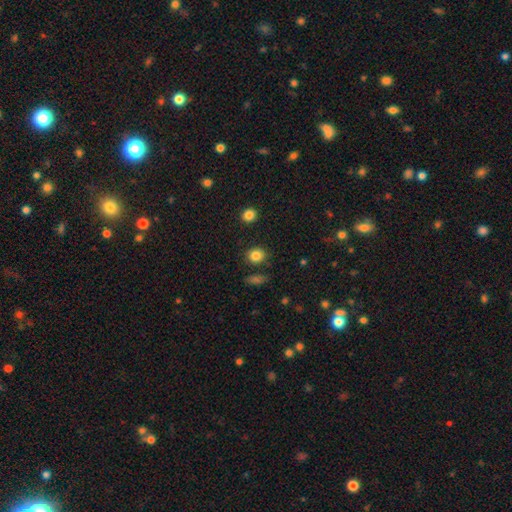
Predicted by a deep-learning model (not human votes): Smooth or featured?
  - smooth: 84% *
  - star or artifact: 10%
  - featured or disk: 5%
How rounded?
  - round: 70% *
  - in between: 29%
  - cigar-shaped: 1%
Merging?
  - none: 84% *
  - minor disturbance: 10%
  - merger: 3%
  - major disturbance: 3%